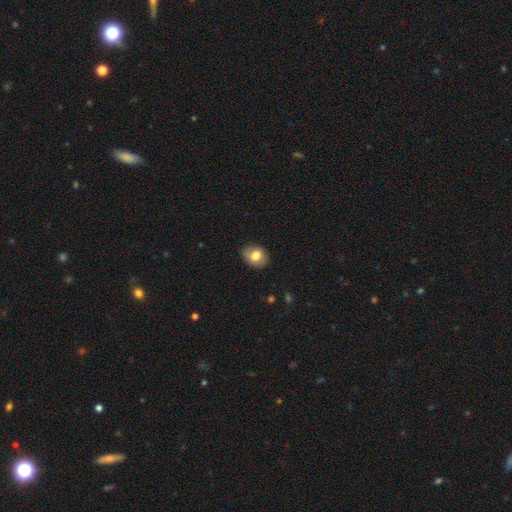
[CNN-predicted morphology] This is likely a smooth galaxy (79%). How rounded: possibly in between (50%). Merging: clearly none (82%).